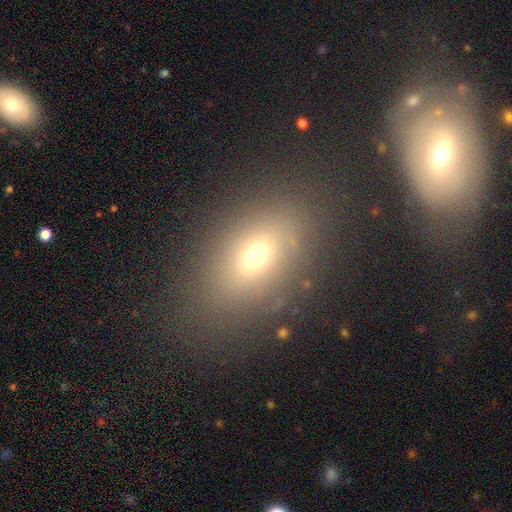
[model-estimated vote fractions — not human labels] A smooth galaxy with no disk features (65%) that is in between round and cigar-shaped (78%). Merging: none (78%).